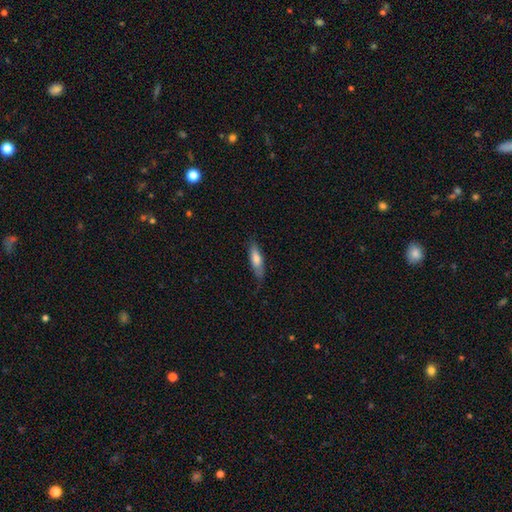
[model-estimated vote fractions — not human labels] smooth-or-featured: smooth: 60% | featured or disk: 32% | star or artifact: 8%
  how-rounded: cigar-shaped: 67% | in between: 30% | round: 2%
  merging: none: 76% | minor disturbance: 19% | major disturbance: 4% | merger: 1%